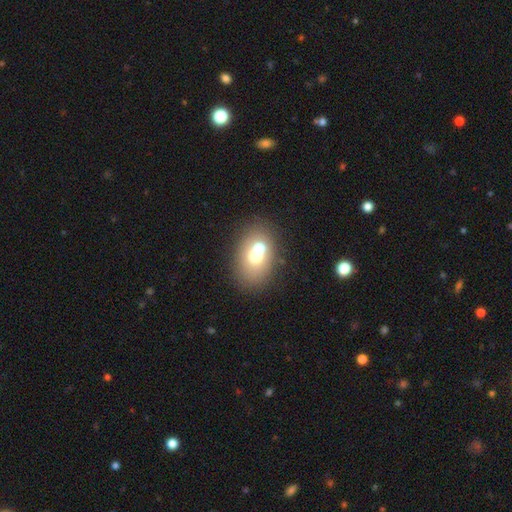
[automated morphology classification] smooth_or_featured: smooth (p=0.63) [alt: featured or disk p=0.25]
how_rounded: in between (p=0.66) [alt: round p=0.33]
merging: merger (p=0.47) [alt: none p=0.41]